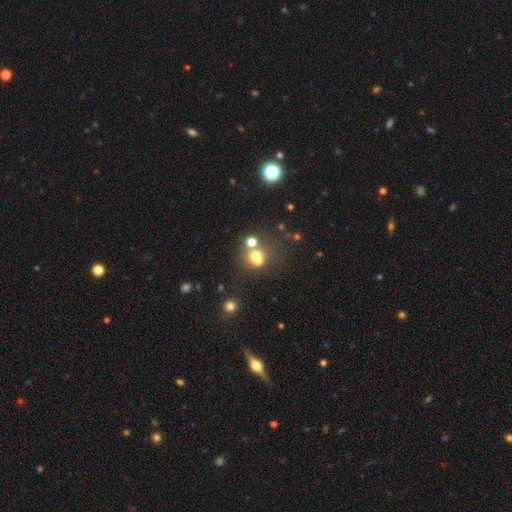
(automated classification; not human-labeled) smooth_or_featured: smooth (p=0.57) [alt: star or artifact p=0.26]
how_rounded: round (p=0.83) [alt: in between p=0.16]
merging: none (p=0.49) [alt: merger p=0.39]